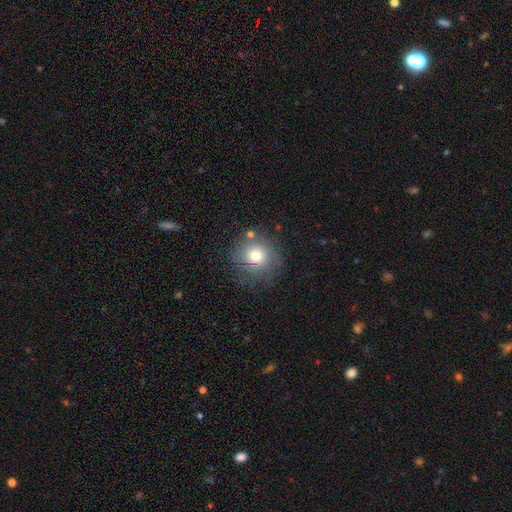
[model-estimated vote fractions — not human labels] Morphology: type=smooth (74%); roundness=round (90%); merging=none (77%).